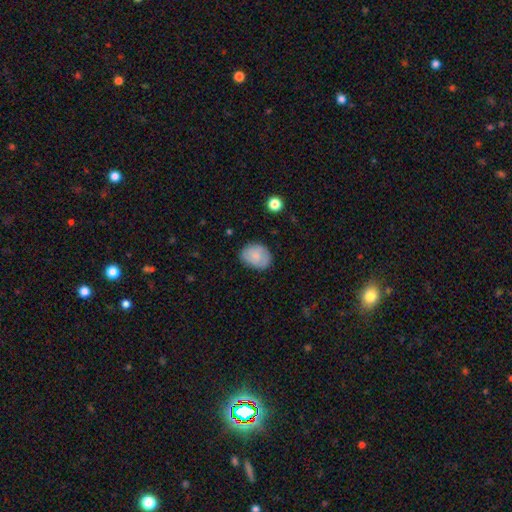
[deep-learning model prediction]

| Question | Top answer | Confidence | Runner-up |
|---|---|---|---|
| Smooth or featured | smooth | 78% | featured or disk (14%) |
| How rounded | in between | 58% | round (41%) |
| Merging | none | 75% | minor disturbance (19%) |